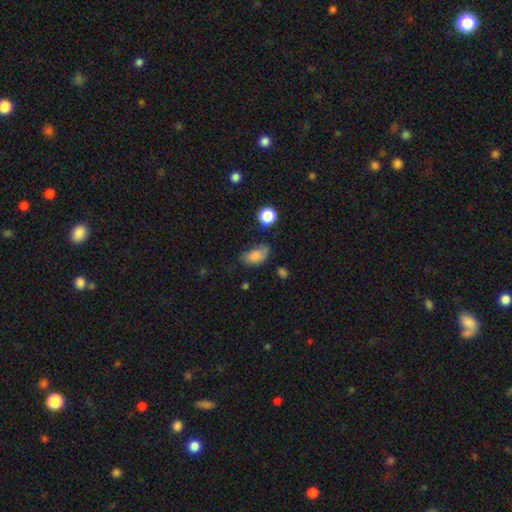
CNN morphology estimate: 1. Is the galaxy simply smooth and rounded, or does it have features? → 81% smooth, 10% star or artifact, 9% featured or disk.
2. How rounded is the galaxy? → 87% in between, 11% round, 2% cigar-shaped.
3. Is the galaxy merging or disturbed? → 44% none, 37% minor disturbance, 14% major disturbance, 4% merger.